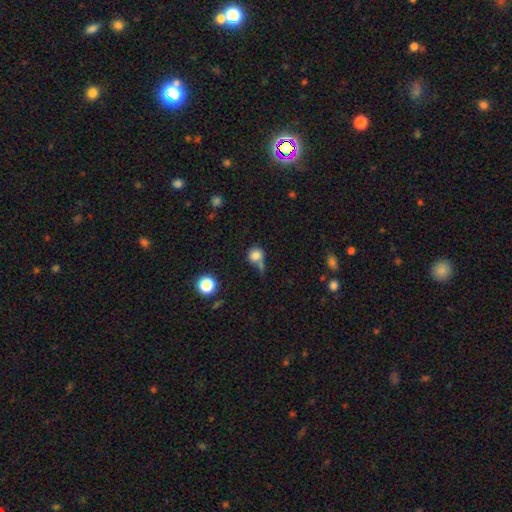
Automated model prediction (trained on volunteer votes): smooth 80%, star or artifact 12%, featured or disk 8%. Down the decision tree: how rounded — round (81%); merging — none (44%).